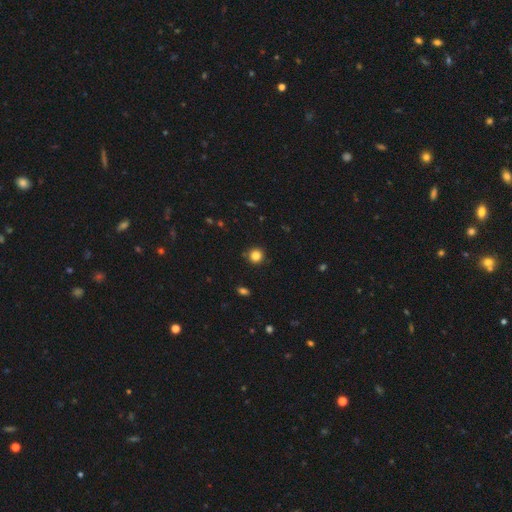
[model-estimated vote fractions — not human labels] Smooth or featured?
  - smooth: 84% *
  - star or artifact: 12%
  - featured or disk: 4%
How rounded?
  - round: 93% *
  - in between: 6%
  - cigar-shaped: 1%
Merging?
  - none: 89% *
  - minor disturbance: 7%
  - major disturbance: 2%
  - merger: 2%